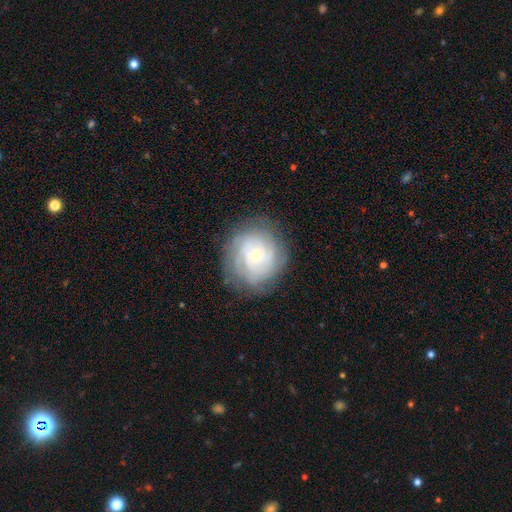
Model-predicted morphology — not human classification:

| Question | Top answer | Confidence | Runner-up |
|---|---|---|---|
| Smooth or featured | featured or disk | 66% | smooth (26%) |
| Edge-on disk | no | 97% | yes (3%) |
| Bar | no | 65% | weak (29%) |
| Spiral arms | yes | 87% | no (13%) |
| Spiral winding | tight | 74% | medium (21%) |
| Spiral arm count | can't tell | 50% | 2 (13%) |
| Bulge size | small | 76% | moderate (19%) |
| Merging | none | 79% | minor disturbance (14%) |